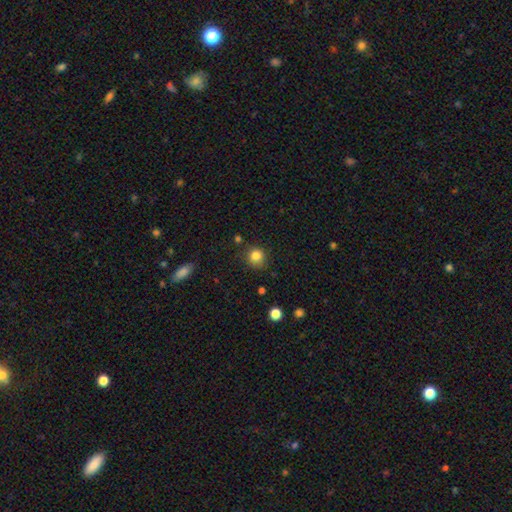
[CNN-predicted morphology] Overall: smooth (84%). How rounded: round (88%). Merging: none (81%).